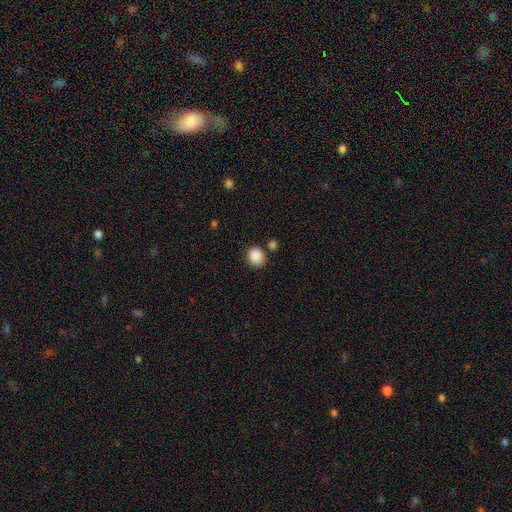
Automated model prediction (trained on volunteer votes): smooth_or_featured: smooth (p=0.88) [alt: star or artifact p=0.09]
how_rounded: round (p=0.78) [alt: in between p=0.22]
merging: none (p=0.77) [alt: minor disturbance p=0.12]